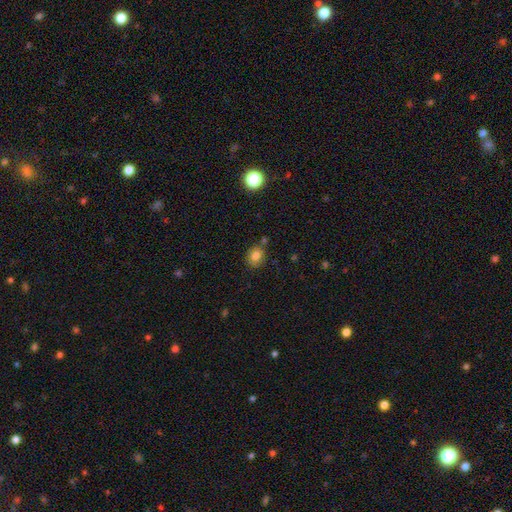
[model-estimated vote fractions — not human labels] Morphology: type=smooth (81%); roundness=round (56%); merging=none (75%).